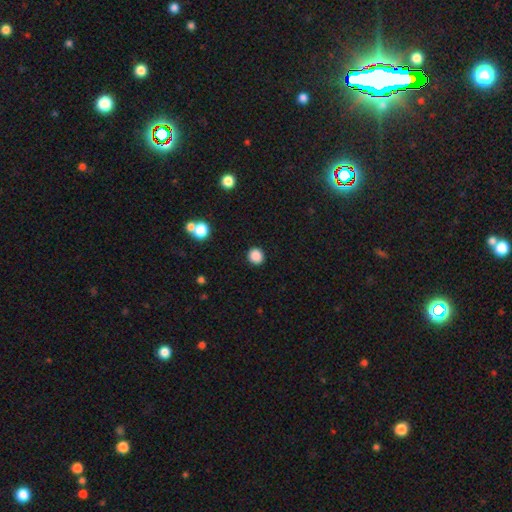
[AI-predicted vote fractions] smooth-or-featured: smooth: 87% | star or artifact: 10% | featured or disk: 3%
  how-rounded: round: 87% | in between: 12% | cigar-shaped: 1%
  merging: none: 91% | minor disturbance: 6% | major disturbance: 2% | merger: 2%